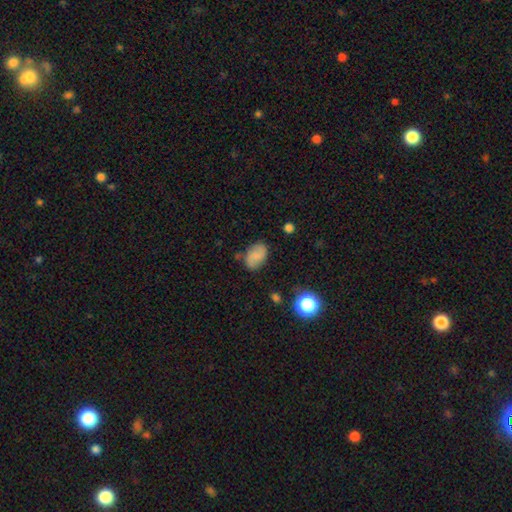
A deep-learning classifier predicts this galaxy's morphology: This appears to be a smooth galaxy with no disk features (71%) that is in between round and cigar-shaped (86%). Merging: none (74%).